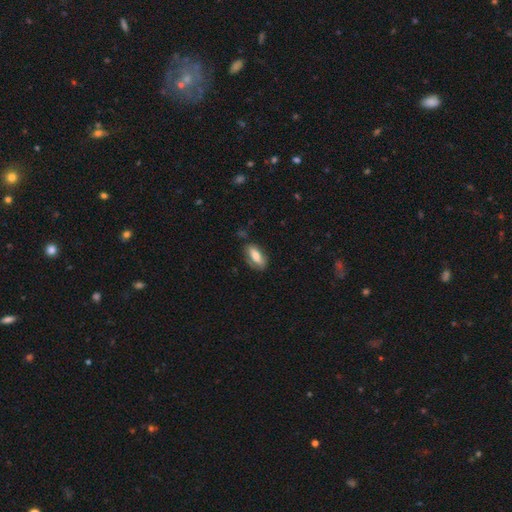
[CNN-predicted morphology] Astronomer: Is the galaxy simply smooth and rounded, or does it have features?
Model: smooth — 64%.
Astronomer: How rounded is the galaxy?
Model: in between — 81%.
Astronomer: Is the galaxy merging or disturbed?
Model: none — 67%.